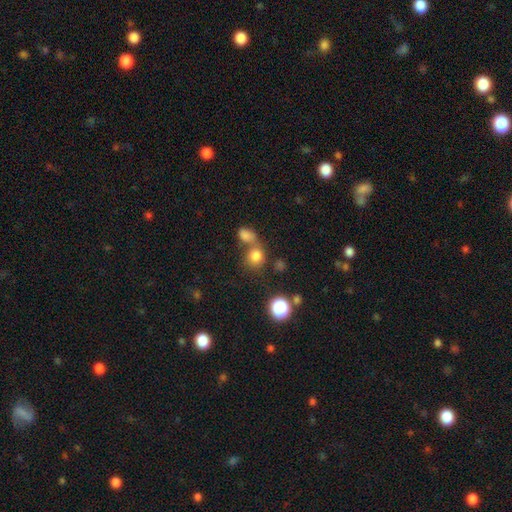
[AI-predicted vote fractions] Smooth or featured? smooth (79%)
How rounded? round (79%)
Merging? none (46%)